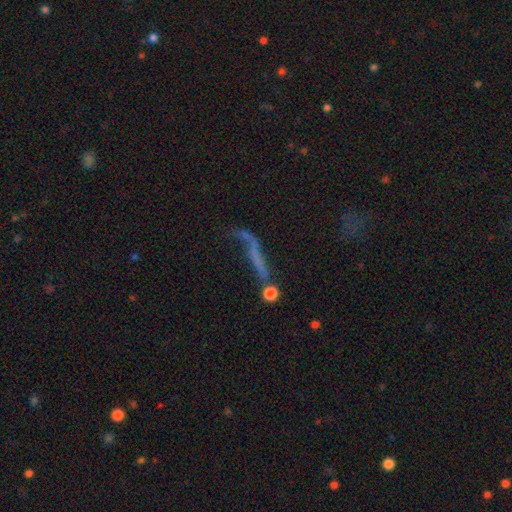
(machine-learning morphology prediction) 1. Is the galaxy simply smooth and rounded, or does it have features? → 46% featured or disk, 34% smooth, 20% star or artifact.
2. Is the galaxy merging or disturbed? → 33% none, 31% major disturbance, 18% merger, 18% minor disturbance.